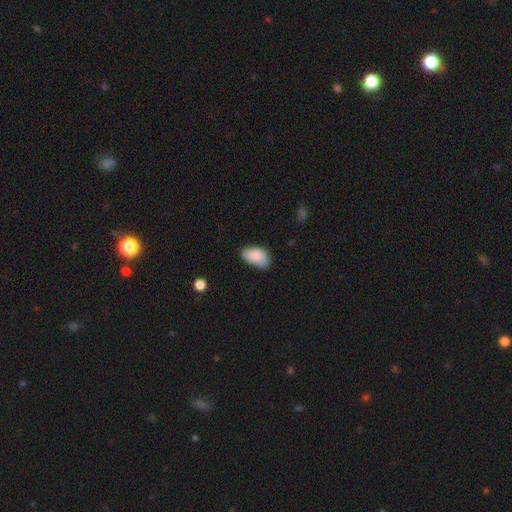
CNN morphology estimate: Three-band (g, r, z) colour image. It shows a smooth galaxy with no disk features (86%) that is in between round and cigar-shaped (93%). Merging: none (61%).